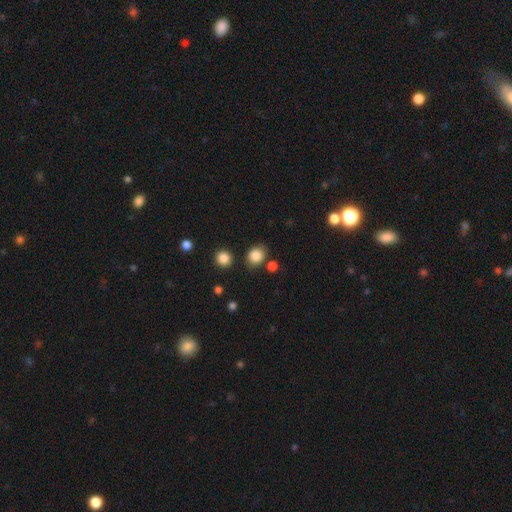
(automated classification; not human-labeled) This appears to be a smooth galaxy with no disk features (85%) that is round (62%). Merging: none (77%).